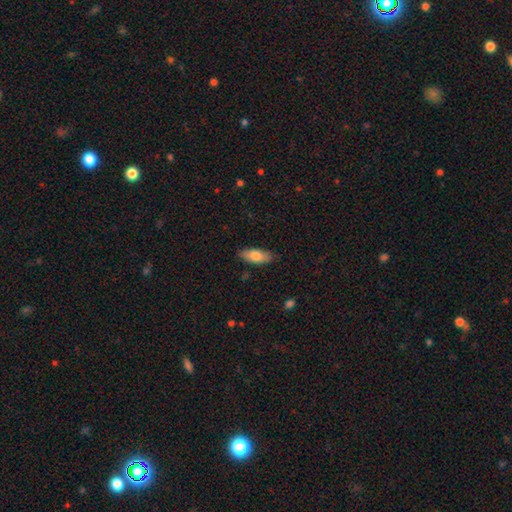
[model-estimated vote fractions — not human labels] Smooth or featured? smooth (78%)
How rounded? in between (75%)
Merging? none (85%)